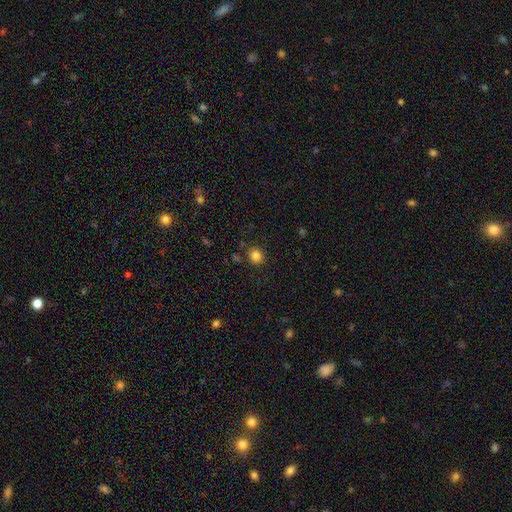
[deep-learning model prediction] Smooth or featured: smooth — 83% (star or artifact — 12%)
How rounded: round — 81% (in between — 18%)
Merging: none — 84% (minor disturbance — 9%)